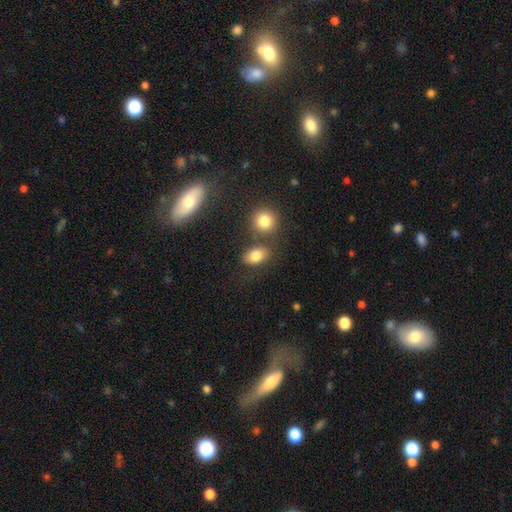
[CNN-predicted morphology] Smooth or featured?
  - smooth: 80% *
  - star or artifact: 11%
  - featured or disk: 9%
How rounded?
  - in between: 77% *
  - round: 21%
  - cigar-shaped: 2%
Merging?
  - none: 65% *
  - merger: 17%
  - minor disturbance: 13%
  - major disturbance: 5%